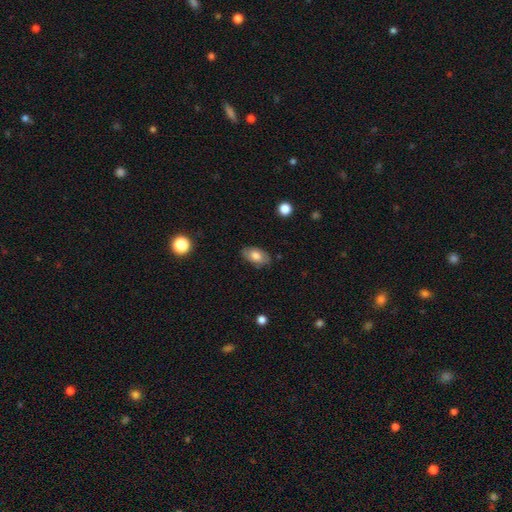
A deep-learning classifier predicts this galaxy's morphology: Smooth or featured? smooth (67%)
How rounded? in between (92%)
Merging? none (82%)